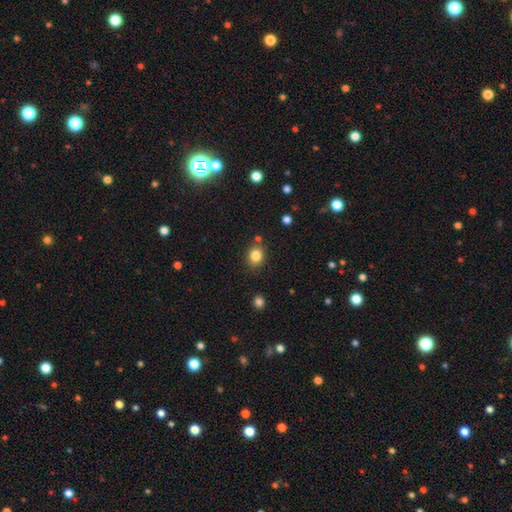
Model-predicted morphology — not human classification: Smooth or featured?
  - smooth: 83% *
  - star or artifact: 11%
  - featured or disk: 6%
How rounded?
  - round: 65% *
  - in between: 34%
  - cigar-shaped: 1%
Merging?
  - none: 80% *
  - minor disturbance: 11%
  - merger: 6%
  - major disturbance: 3%